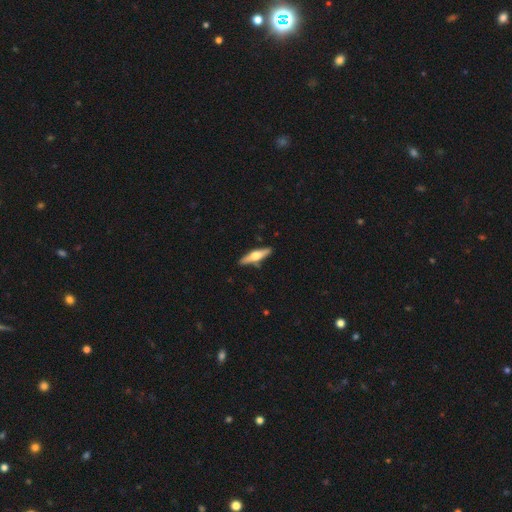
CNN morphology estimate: type=featured or disk (59%); edge-on=yes (94%); edge-on bulge=rounded (93%); merging=none (86%).